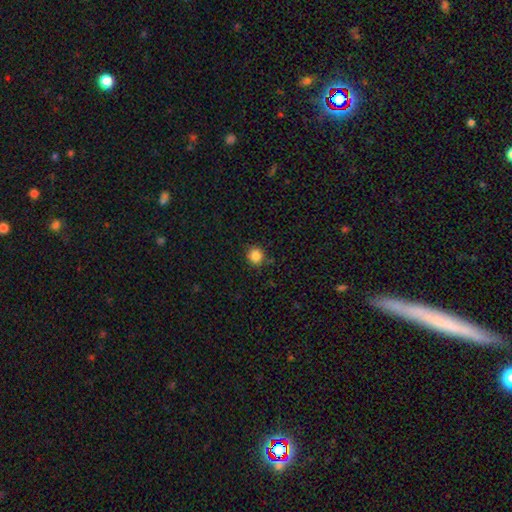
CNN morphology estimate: Overall: smooth (84%). How rounded: round (88%). Merging: none (85%).